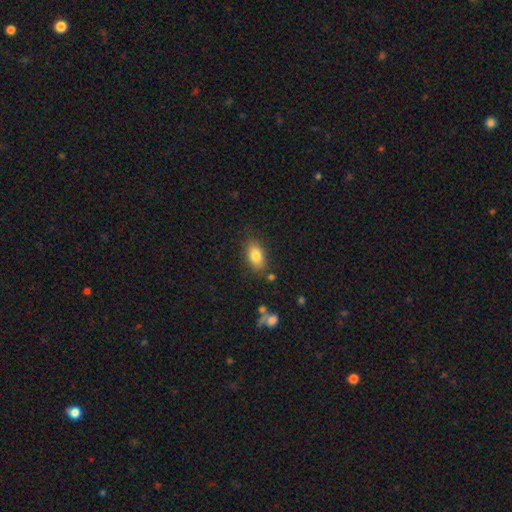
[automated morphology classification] This is clearly a smooth galaxy (82%). How rounded: clearly in between (88%). Merging: clearly none (81%).